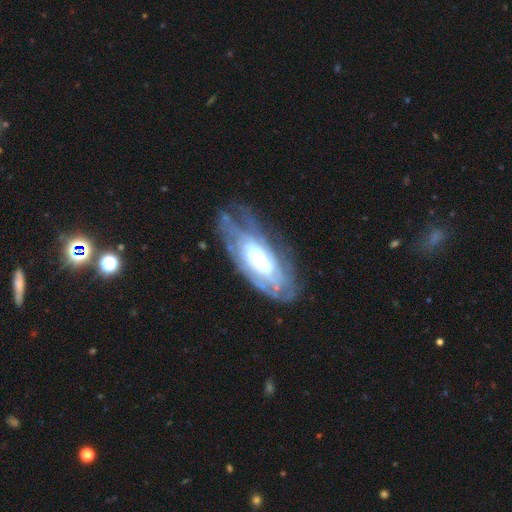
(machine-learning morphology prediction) featured or disk 78%, smooth 15%, star or artifact 7%. Down the decision tree: edge-on disk — no (88%); bar — no (56%); spiral arms — yes (84%); spiral arm count — can't tell (60%); spiral winding — tight (68%); bulge size — moderate (37%); merging — none (61%).